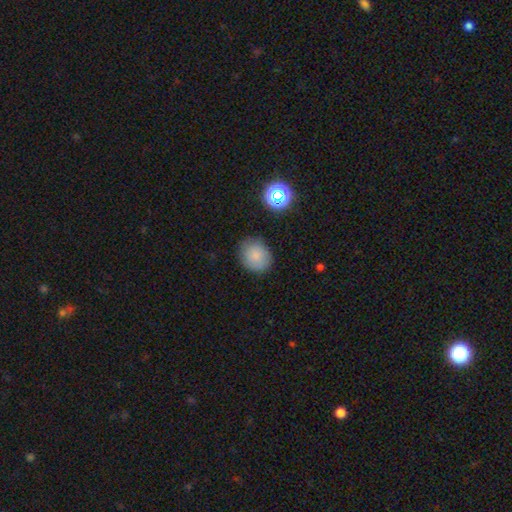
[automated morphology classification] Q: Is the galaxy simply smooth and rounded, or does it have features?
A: smooth — 81%.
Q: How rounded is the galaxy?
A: round — 72%.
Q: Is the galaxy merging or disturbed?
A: none — 81%.